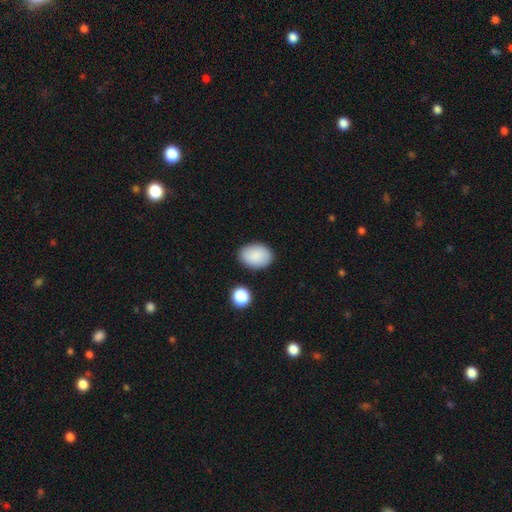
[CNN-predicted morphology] This is clearly a smooth galaxy (87%). How rounded: clearly in between (80%). Merging: clearly none (85%).